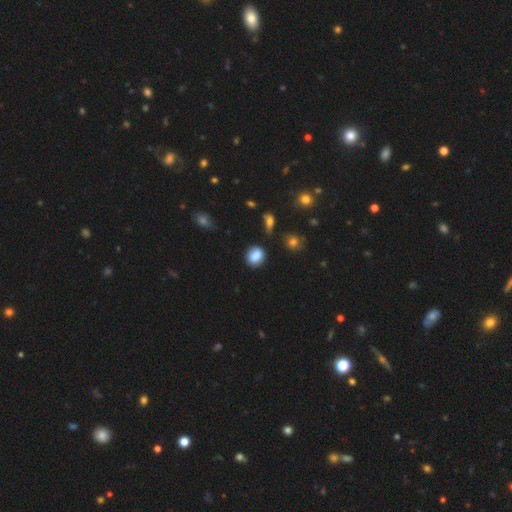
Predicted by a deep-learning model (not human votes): This appears to be a smooth galaxy with no disk features (83%) that is round (56%). Merging: none (77%).